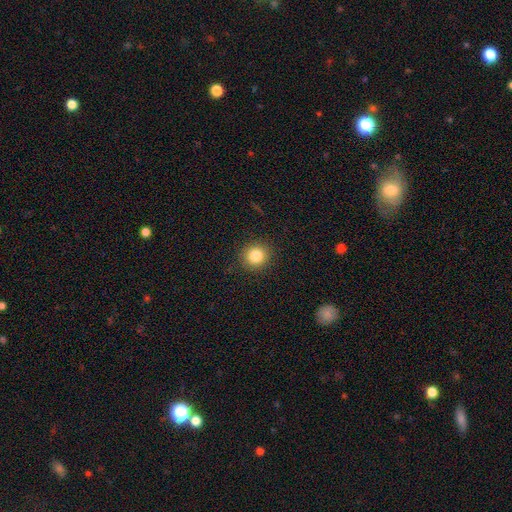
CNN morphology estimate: smooth_or_featured: smooth (p=0.83) [alt: star or artifact p=0.11]
how_rounded: round (p=0.89) [alt: in between p=0.10]
merging: none (p=0.91) [alt: minor disturbance p=0.06]